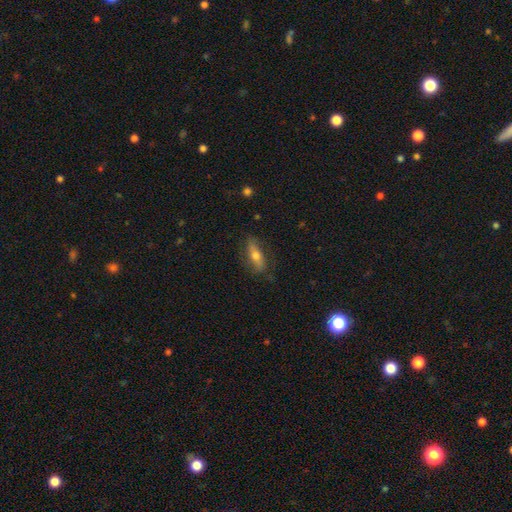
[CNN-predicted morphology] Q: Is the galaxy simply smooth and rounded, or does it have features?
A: smooth — 58%.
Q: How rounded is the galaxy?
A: in between — 63%.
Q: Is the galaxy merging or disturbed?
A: none — 73%.